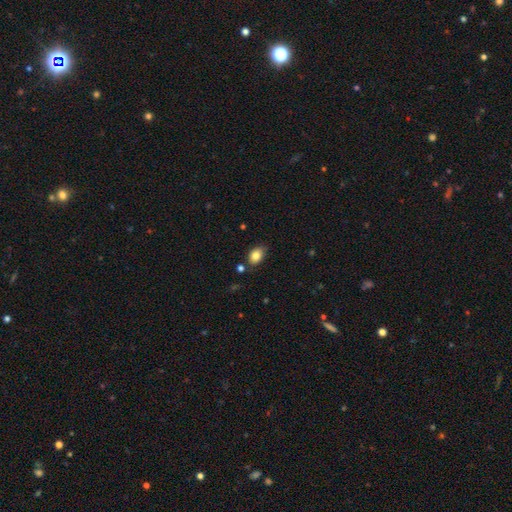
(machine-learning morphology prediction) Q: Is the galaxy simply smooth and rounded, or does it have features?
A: smooth — 84%.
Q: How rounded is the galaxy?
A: in between — 78%.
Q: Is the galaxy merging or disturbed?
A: none — 79%.